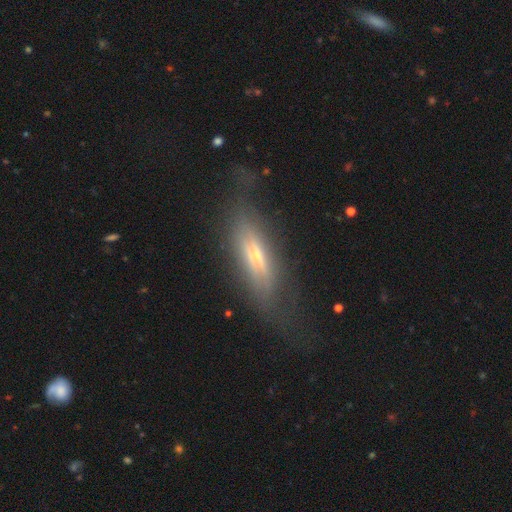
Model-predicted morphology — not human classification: A featured or disk galaxy (59%) viewed edge-on (76%). Merging: none (58%).